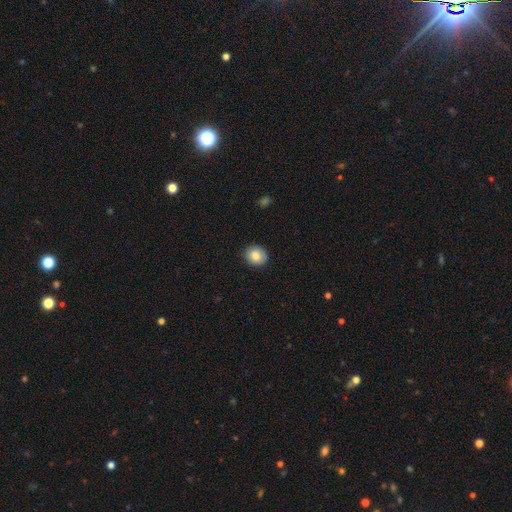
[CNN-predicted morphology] smooth 83%, featured or disk 9%, star or artifact 8%. Down the decision tree: how rounded — round (78%); merging — none (89%).